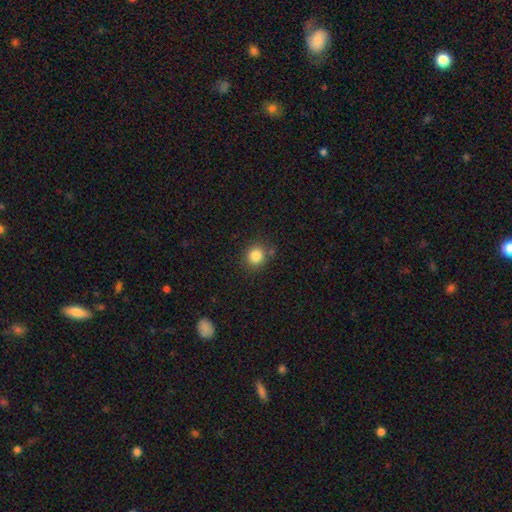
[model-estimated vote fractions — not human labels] smooth 84%, star or artifact 11%, featured or disk 5%. Down the decision tree: how rounded — round (87%); merging — none (81%).